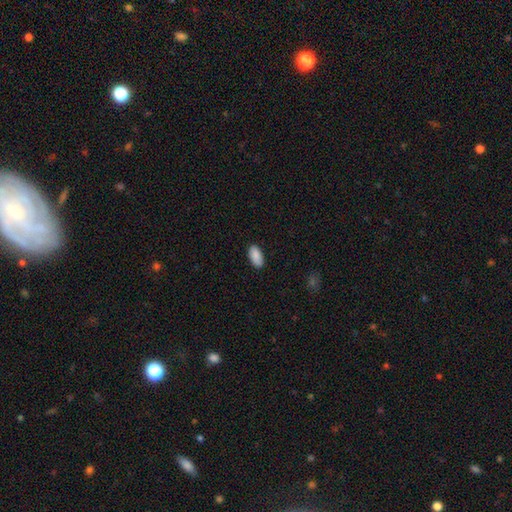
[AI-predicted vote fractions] The model was most divided on "merging": none: 88%, minor disturbance: 9%, major disturbance: 2%, merger: 1%. More confident: how rounded — in between (94%); smooth or featured — smooth (89%).